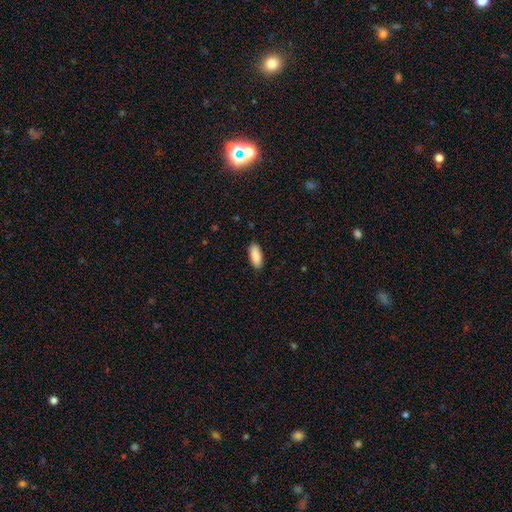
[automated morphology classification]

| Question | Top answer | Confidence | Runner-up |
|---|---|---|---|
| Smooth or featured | smooth | 90% | star or artifact (6%) |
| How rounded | in between | 81% | cigar-shaped (18%) |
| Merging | none | 89% | minor disturbance (8%) |